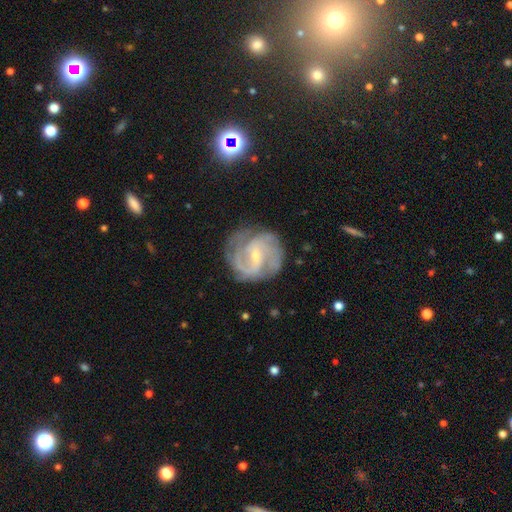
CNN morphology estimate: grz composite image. It shows a featured or disk galaxy (86%) with a weak bar (51%), 2 (47%) medium (46%) spiral arms (96%) and a small central bulge (73%). Merging: none (72%).